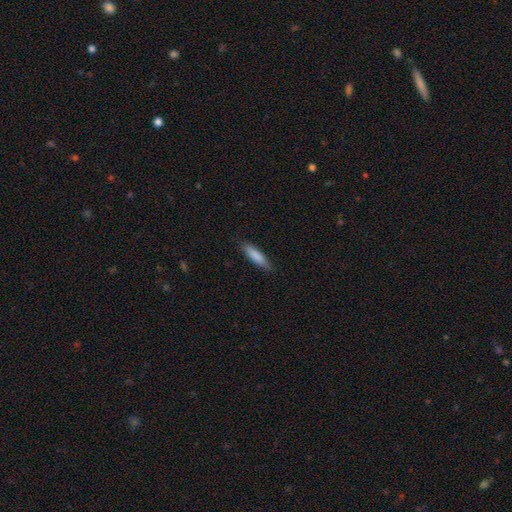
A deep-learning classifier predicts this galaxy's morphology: This is clearly a smooth galaxy (84%). How rounded: likely cigar-shaped (73%). Merging: clearly none (86%).